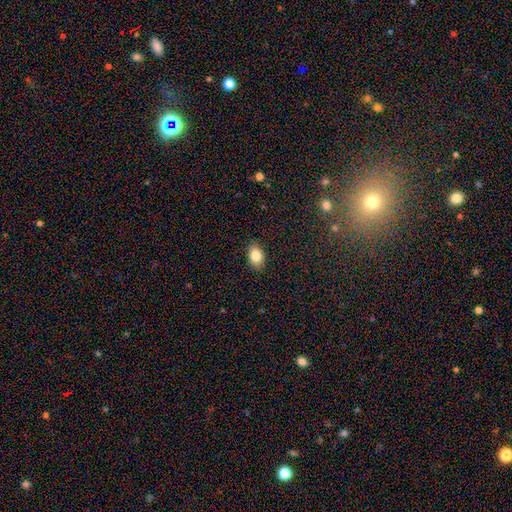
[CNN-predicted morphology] A smooth galaxy with no disk features (84%) that is in between round and cigar-shaped (82%). Merging: none (88%).